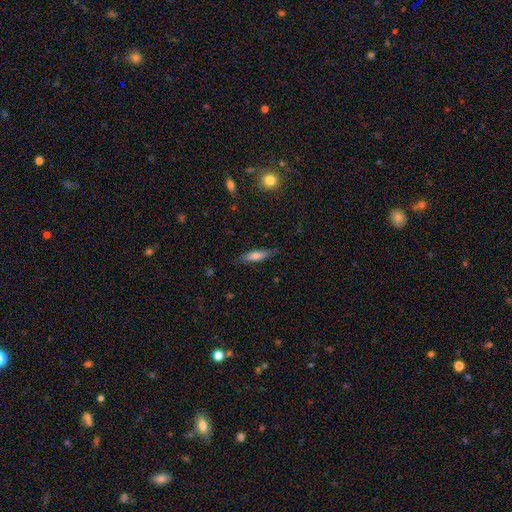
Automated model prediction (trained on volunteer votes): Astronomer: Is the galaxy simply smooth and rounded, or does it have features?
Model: smooth — 70%.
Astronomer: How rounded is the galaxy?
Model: cigar-shaped — 55% (runner-up: in between, 42%).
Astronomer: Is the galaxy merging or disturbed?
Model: none — 80%.